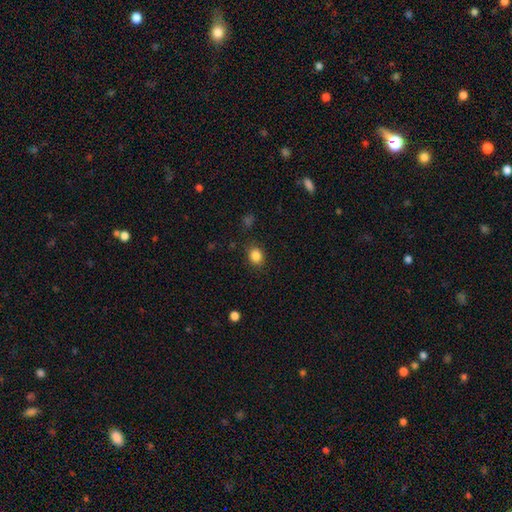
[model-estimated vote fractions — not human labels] This is clearly a smooth galaxy (85%). How rounded: possibly round (58%). Merging: clearly none (84%).